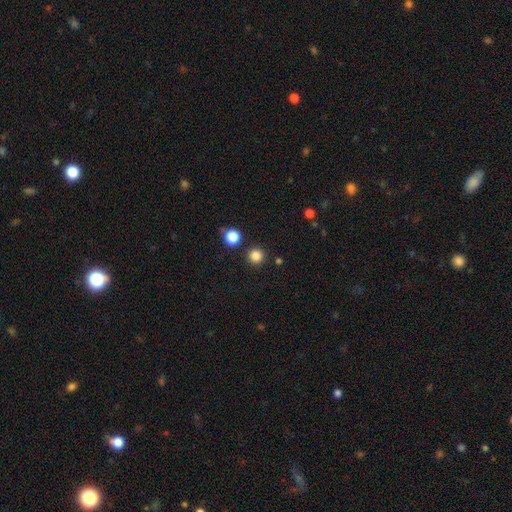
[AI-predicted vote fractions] A smooth galaxy with no disk features (84%) that is round (95%). Merging: none (89%).